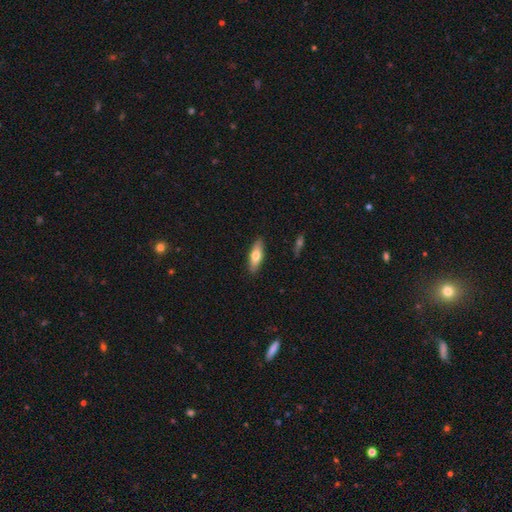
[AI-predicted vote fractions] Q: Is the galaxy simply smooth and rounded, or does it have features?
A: smooth — 68%.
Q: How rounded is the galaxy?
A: in between — 59%.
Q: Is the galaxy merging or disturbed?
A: none — 88%.